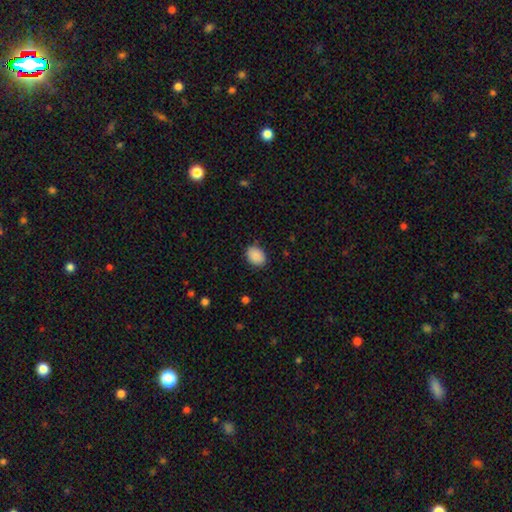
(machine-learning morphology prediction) Smooth or featured: smooth — 89% (star or artifact — 8%)
How rounded: in between — 66% (round — 33%)
Merging: none — 86% (minor disturbance — 10%)